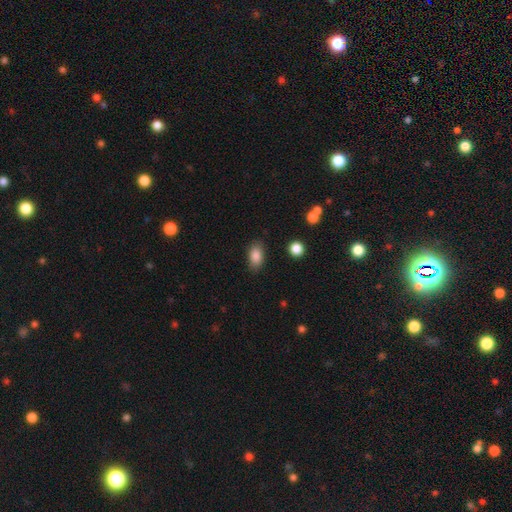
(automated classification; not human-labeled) smooth 86%, star or artifact 8%, featured or disk 6%. Down the decision tree: how rounded — in between (90%); merging — none (84%).